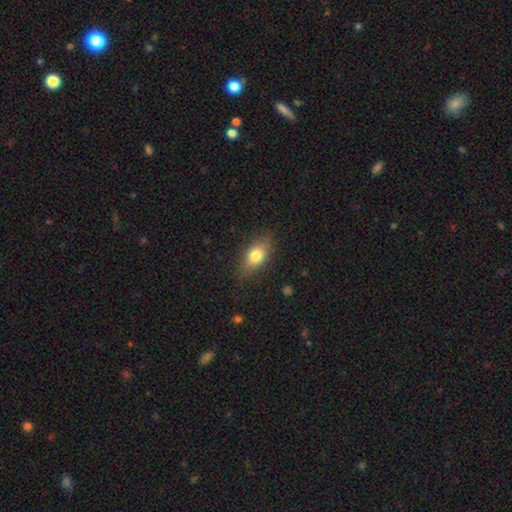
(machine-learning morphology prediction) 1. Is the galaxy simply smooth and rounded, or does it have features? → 76% smooth, 16% featured or disk, 8% star or artifact.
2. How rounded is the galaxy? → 80% in between, 11% round, 10% cigar-shaped.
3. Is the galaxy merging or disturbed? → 80% none, 15% minor disturbance, 4% major disturbance, 1% merger.